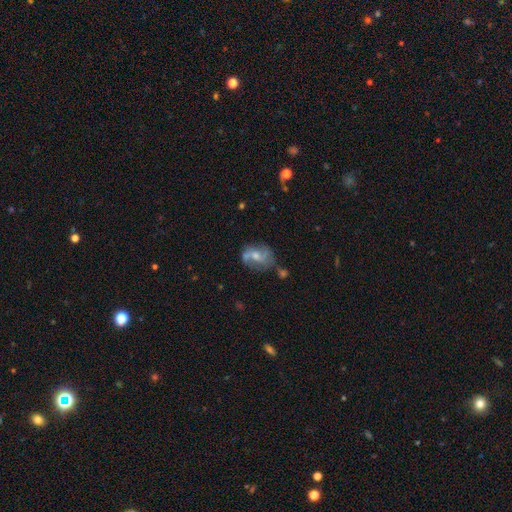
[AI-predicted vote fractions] The model was most divided on "spiral winding" (2-way tie): loose: 42%, medium: 42%, tight: 15%. More confident: edge-on disk — no (97%); spiral arms — yes (81%); spiral arm count — 2 (75%); smooth or featured — featured or disk (65%); bulge size — moderate (58%); bar — no (55%); merging — none (51%).